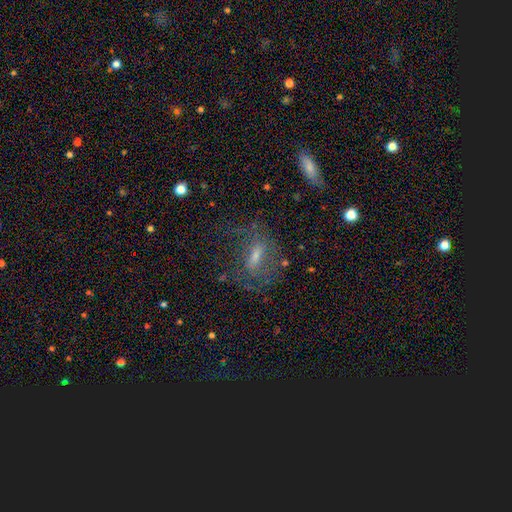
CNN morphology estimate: Q: Smooth or featured?
A: featured or disk (43%); runner-up: smooth (29%)
Q: Merging?
A: none (59%); runner-up: major disturbance (20%)